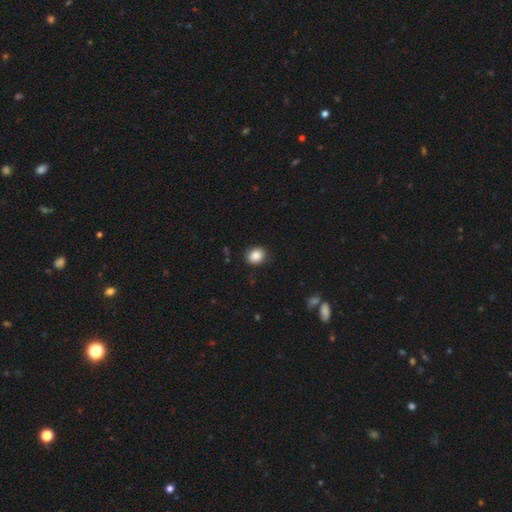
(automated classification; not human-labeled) A smooth galaxy with no disk features (88%) that is round (64%). Merging: none (86%).